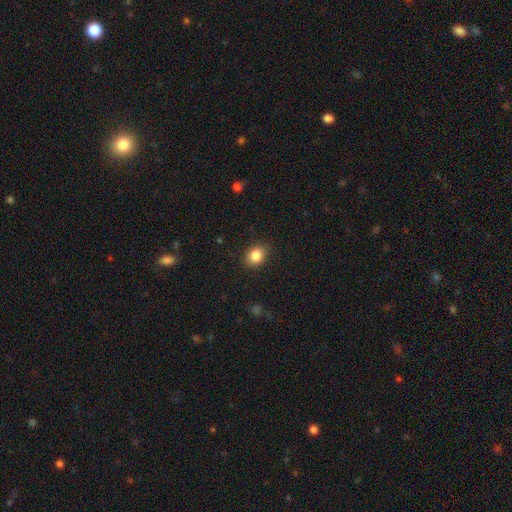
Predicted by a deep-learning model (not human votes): smooth_or_featured: smooth (p=0.85) [alt: star or artifact p=0.09]
how_rounded: in between (p=0.54) [alt: round p=0.45]
merging: none (p=0.88) [alt: minor disturbance p=0.09]